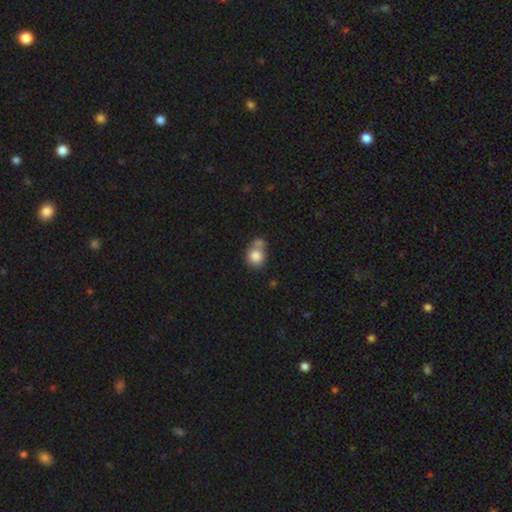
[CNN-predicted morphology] Smooth or featured? smooth (82%)
How rounded? round (76%)
Merging? none (41%)